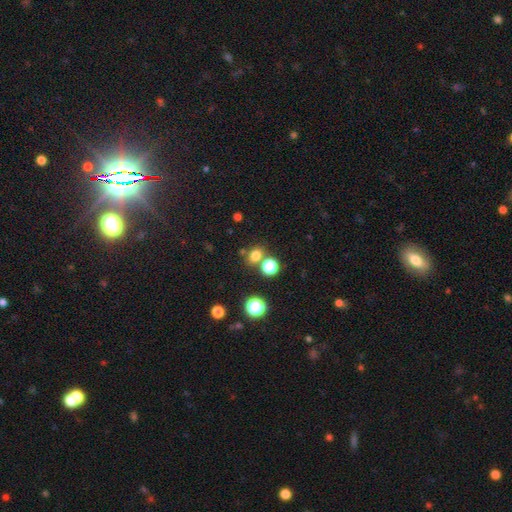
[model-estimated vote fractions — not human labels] Q: Smooth or featured?
A: smooth (74%); runner-up: star or artifact (19%)
Q: How rounded?
A: round (60%); runner-up: in between (39%)
Q: Merging?
A: none (69%); runner-up: merger (17%)